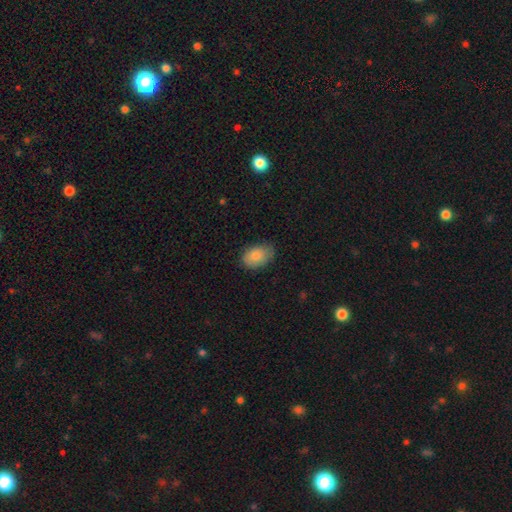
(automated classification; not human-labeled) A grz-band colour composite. It shows a smooth galaxy with no disk features (82%) that is in between round and cigar-shaped (88%). Merging: none (78%).